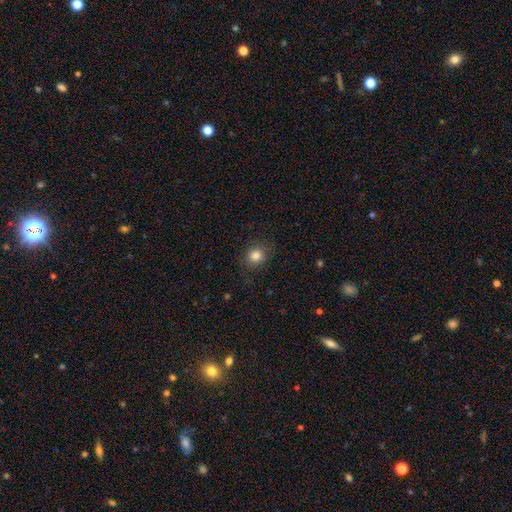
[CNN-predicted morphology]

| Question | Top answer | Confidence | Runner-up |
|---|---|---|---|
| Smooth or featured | smooth | 83% | star or artifact (11%) |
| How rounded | round | 76% | in between (23%) |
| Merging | none | 84% | minor disturbance (11%) |